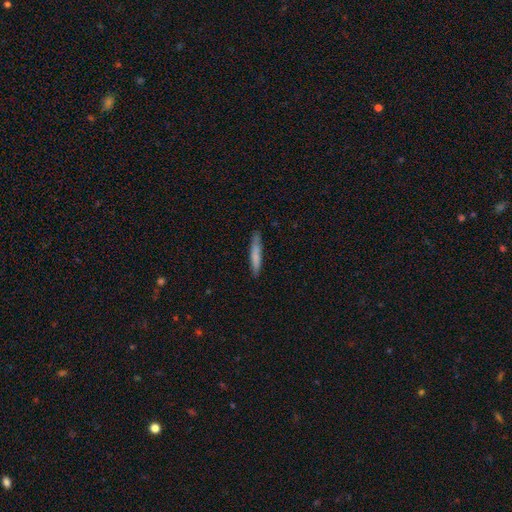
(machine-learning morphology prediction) This is likely a smooth galaxy (76%). How rounded: clearly cigar-shaped (93%). Merging: clearly none (85%).